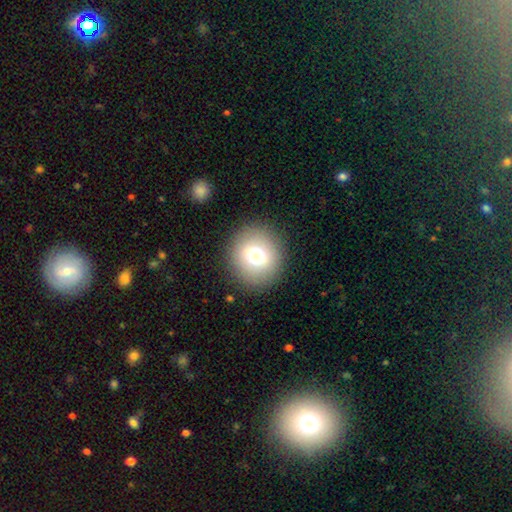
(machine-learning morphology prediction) Smooth or featured? Predicted: smooth (p=0.73). How rounded? Predicted: round (p=0.90). Merging? Predicted: none (p=0.90).